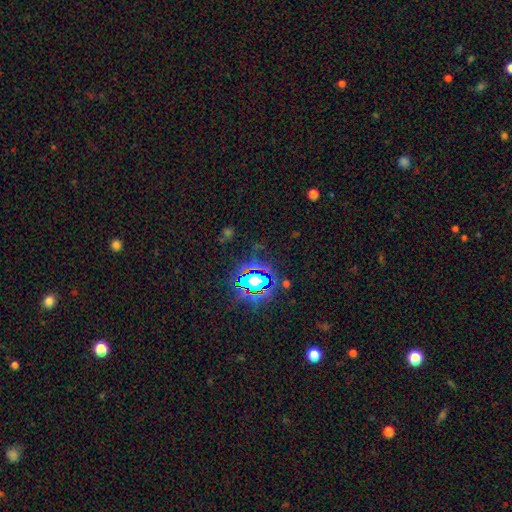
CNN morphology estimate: Smooth or featured?
  - star or artifact: 79% *
  - smooth: 13%
  - featured or disk: 8%